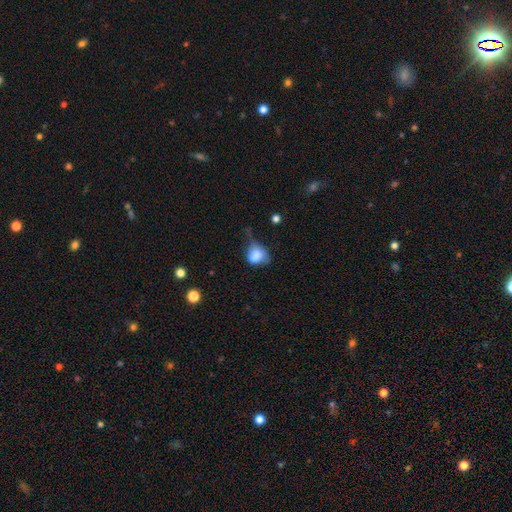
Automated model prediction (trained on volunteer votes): Smooth or featured? Predicted: smooth (p=0.73). How rounded? Predicted: round (p=0.50). Merging? Predicted: minor disturbance (p=0.36).